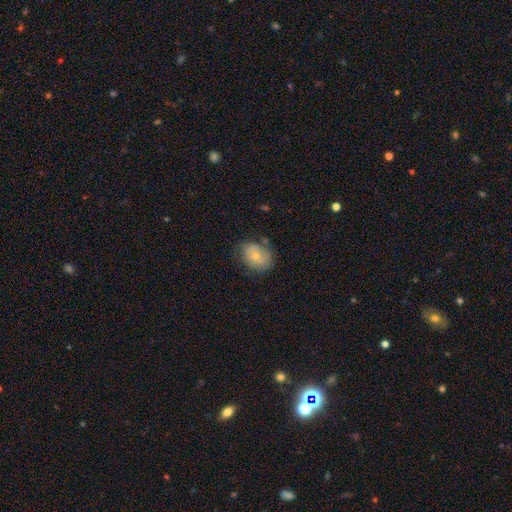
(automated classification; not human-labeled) smooth_or_featured: smooth (p=0.65) [alt: featured or disk p=0.27]
how_rounded: in between (p=0.55) [alt: round p=0.44]
merging: none (p=0.63) [alt: minor disturbance p=0.25]